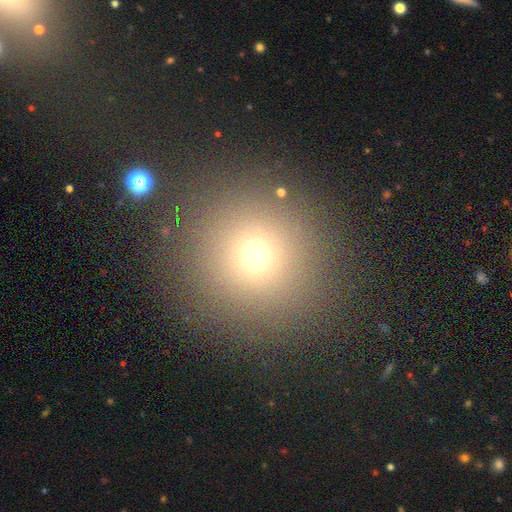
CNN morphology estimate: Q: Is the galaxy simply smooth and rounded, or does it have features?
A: smooth — 68%.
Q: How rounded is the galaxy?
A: round — 93%.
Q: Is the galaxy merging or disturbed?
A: none — 87%.